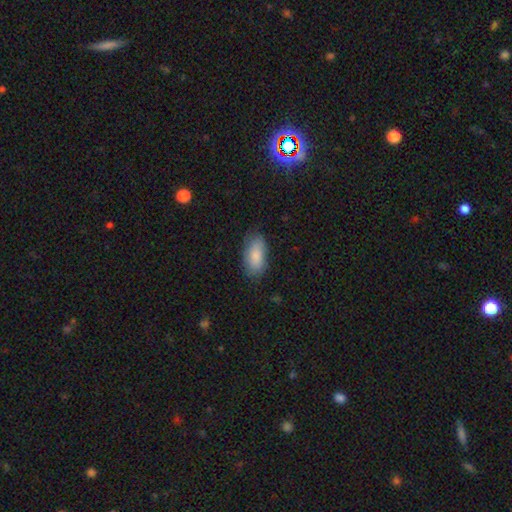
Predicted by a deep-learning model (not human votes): Q: Smooth or featured?
A: smooth (83%); runner-up: featured or disk (11%)
Q: How rounded?
A: in between (90%); runner-up: cigar-shaped (7%)
Q: Merging?
A: none (76%); runner-up: minor disturbance (19%)